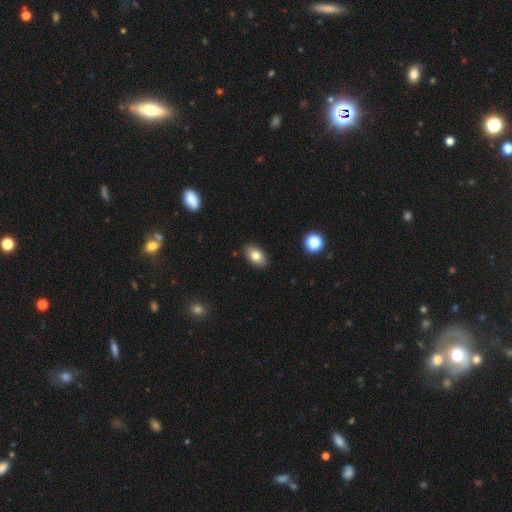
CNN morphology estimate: Smooth or featured? Predicted: smooth (p=0.80). How rounded? Predicted: in between (p=0.90). Merging? Predicted: none (p=0.88).